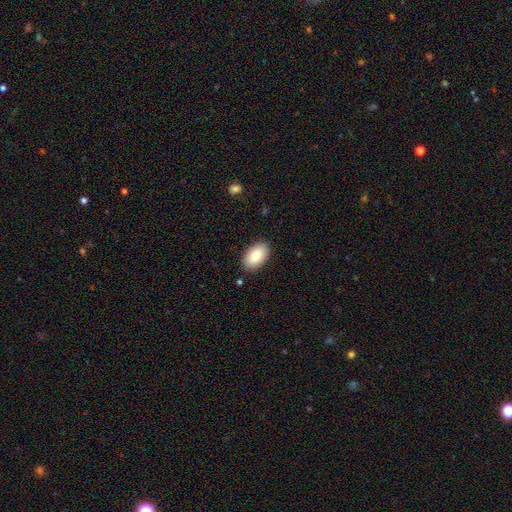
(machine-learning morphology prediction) Smooth or featured: smooth — 81% (featured or disk — 12%)
How rounded: in between — 94% (round — 5%)
Merging: none — 88% (minor disturbance — 9%)